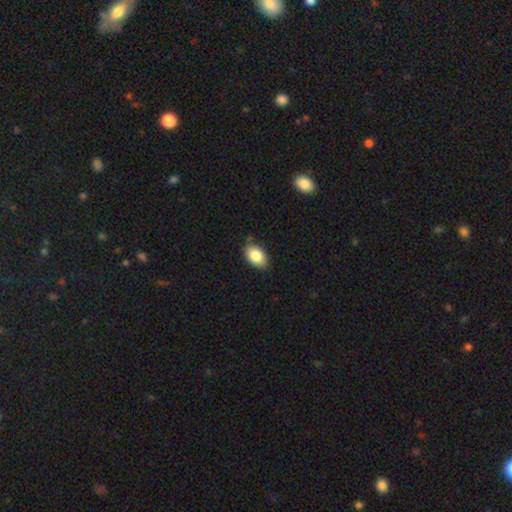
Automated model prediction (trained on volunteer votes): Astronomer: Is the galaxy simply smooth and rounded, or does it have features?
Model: smooth — 84%.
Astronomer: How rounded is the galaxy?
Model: in between — 90%.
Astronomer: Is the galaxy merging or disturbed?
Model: none — 82%.